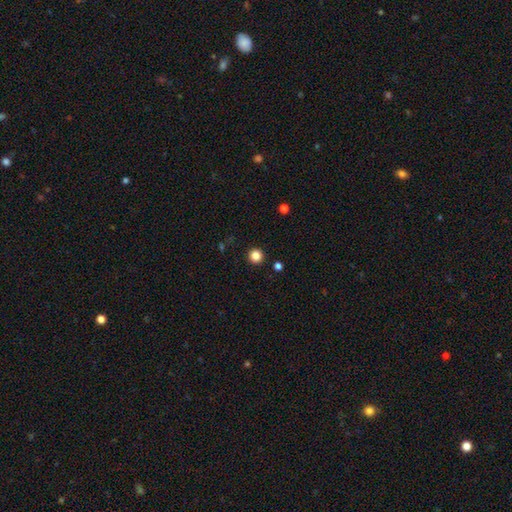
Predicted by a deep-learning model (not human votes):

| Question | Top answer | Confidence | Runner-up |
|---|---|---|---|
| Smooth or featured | smooth | 84% | star or artifact (12%) |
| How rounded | round | 95% | in between (4%) |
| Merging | none | 93% | minor disturbance (4%) |